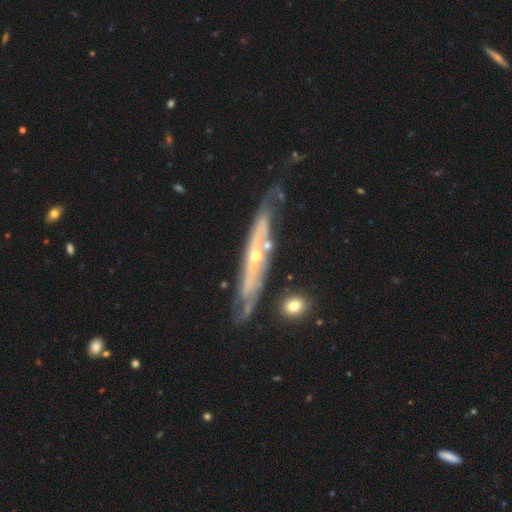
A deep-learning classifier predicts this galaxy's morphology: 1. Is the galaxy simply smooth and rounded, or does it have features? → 82% featured or disk, 12% smooth, 6% star or artifact.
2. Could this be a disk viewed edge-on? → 52% yes, 48% no.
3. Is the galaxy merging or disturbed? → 66% none, 22% minor disturbance, 6% major disturbance, 5% merger.